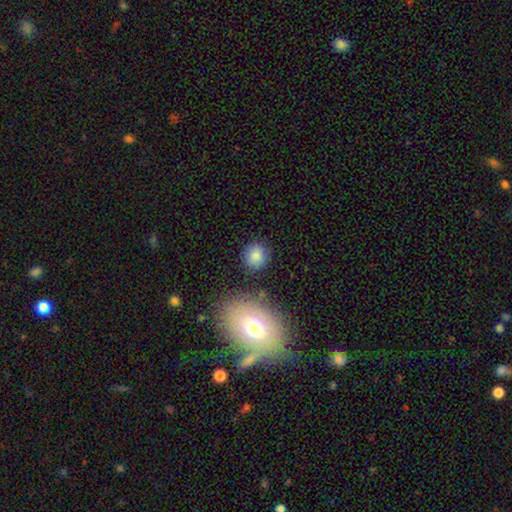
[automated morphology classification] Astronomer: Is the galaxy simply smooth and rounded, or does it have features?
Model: smooth — 83%.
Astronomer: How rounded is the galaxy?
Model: round — 86%.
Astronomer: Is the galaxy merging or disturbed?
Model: none — 83%.